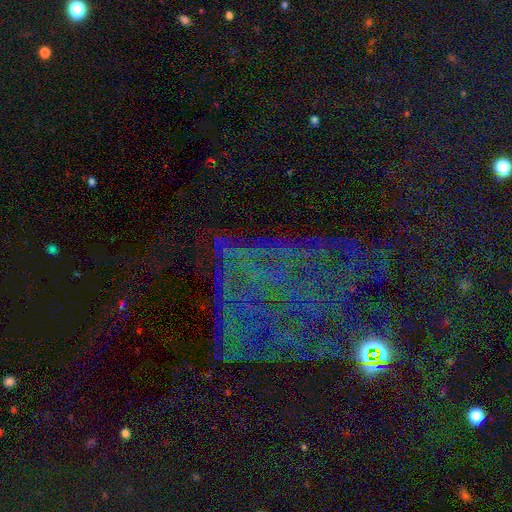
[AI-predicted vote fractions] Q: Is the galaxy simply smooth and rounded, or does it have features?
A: star or artifact — 58%.